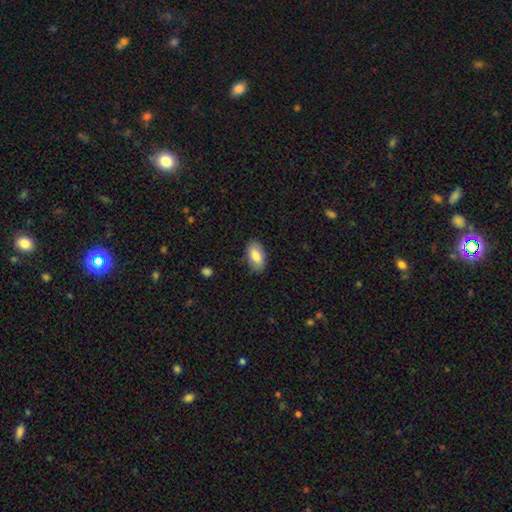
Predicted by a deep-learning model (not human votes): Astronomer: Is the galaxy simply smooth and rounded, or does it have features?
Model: smooth — 82%.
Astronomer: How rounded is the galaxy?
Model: in between — 94%.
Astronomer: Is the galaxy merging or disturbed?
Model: none — 83%.